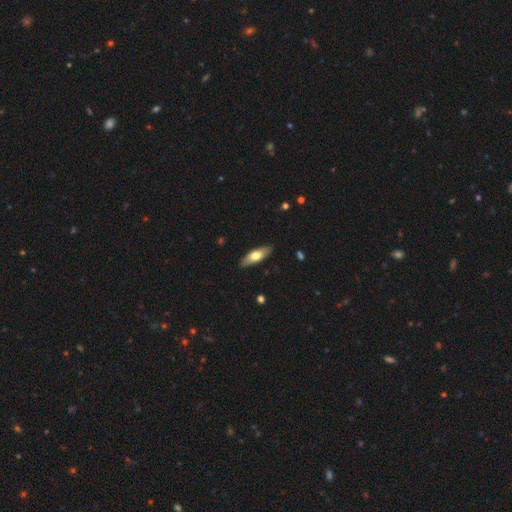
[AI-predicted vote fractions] The model was most divided on "how rounded": in between: 57%, cigar-shaped: 41%, round: 2%. More confident: merging — none (88%); smooth or featured — smooth (64%).